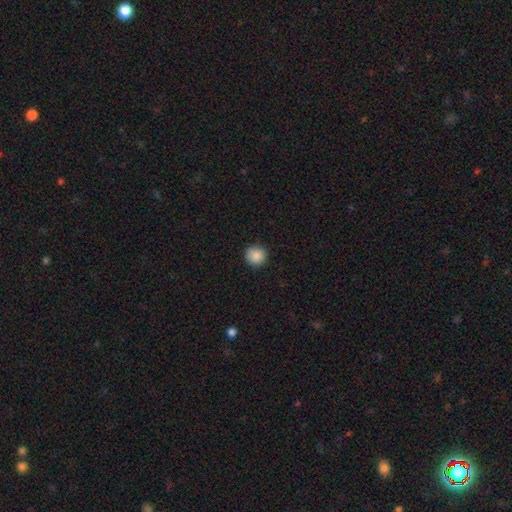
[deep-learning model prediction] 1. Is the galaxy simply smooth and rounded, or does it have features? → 88% smooth, 9% star or artifact, 3% featured or disk.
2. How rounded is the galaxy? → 95% round, 4% in between, 1% cigar-shaped.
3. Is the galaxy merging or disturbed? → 90% none, 7% minor disturbance, 2% major disturbance, 1% merger.